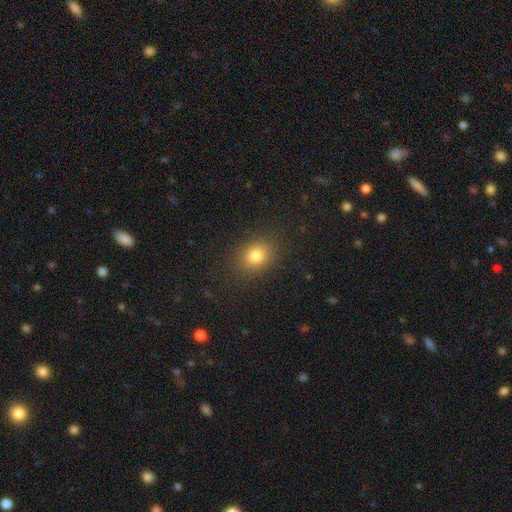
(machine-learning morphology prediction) Smooth or featured? Predicted: smooth (p=0.80). How rounded? Predicted: round (p=0.55). Merging? Predicted: none (p=0.87).